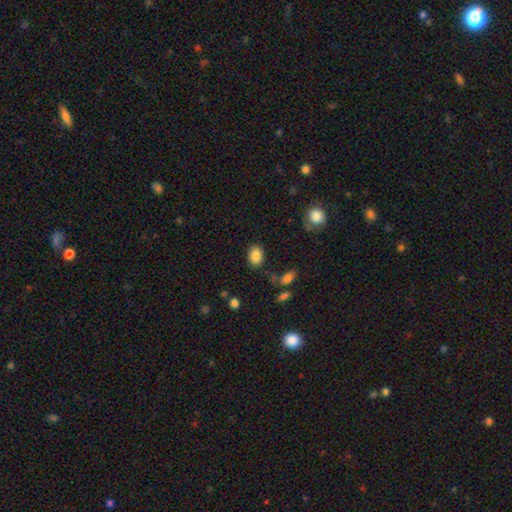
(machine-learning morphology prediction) smooth_or_featured: smooth (p=0.84) [alt: star or artifact p=0.09]
how_rounded: in between (p=0.70) [alt: round p=0.29]
merging: none (p=0.82) [alt: minor disturbance p=0.12]